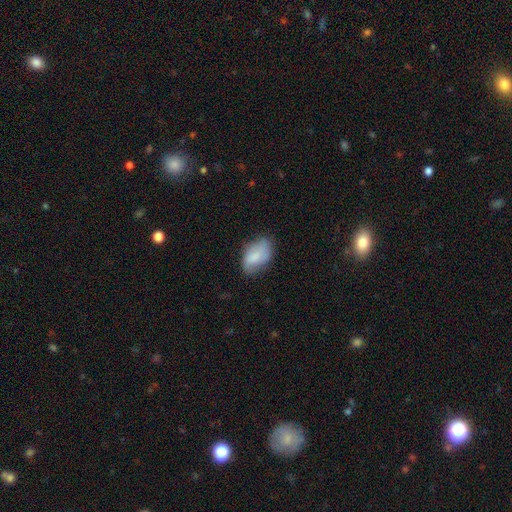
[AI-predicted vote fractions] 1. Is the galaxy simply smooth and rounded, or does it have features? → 74% smooth, 18% featured or disk, 7% star or artifact.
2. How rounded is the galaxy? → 92% in between, 6% round, 2% cigar-shaped.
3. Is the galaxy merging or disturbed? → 59% none, 31% minor disturbance, 9% major disturbance, 2% merger.